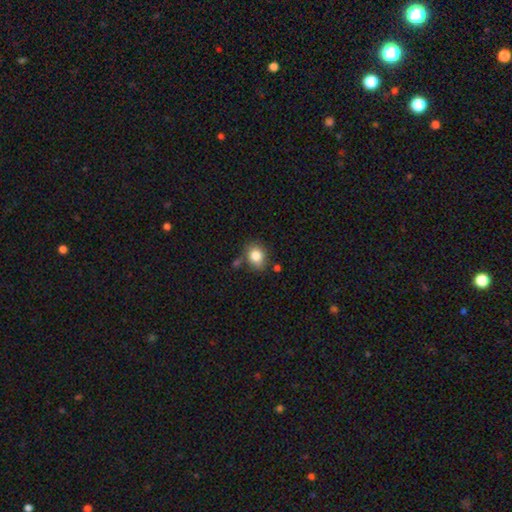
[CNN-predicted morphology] smooth 83%, star or artifact 9%, featured or disk 8%. Down the decision tree: how rounded — round (53%); merging — none (69%).